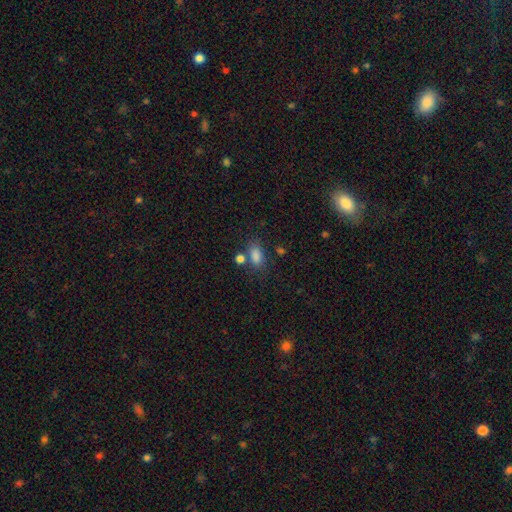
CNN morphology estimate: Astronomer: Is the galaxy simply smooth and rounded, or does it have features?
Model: smooth — 82%.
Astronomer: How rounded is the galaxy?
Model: in between — 85%.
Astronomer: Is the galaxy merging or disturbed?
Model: none — 63%.